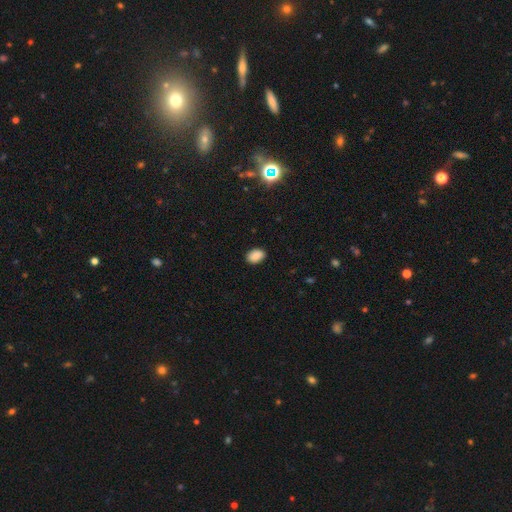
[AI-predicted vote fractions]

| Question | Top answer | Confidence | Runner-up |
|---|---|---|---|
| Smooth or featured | smooth | 88% | star or artifact (9%) |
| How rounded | in between | 81% | round (18%) |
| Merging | none | 88% | minor disturbance (9%) |